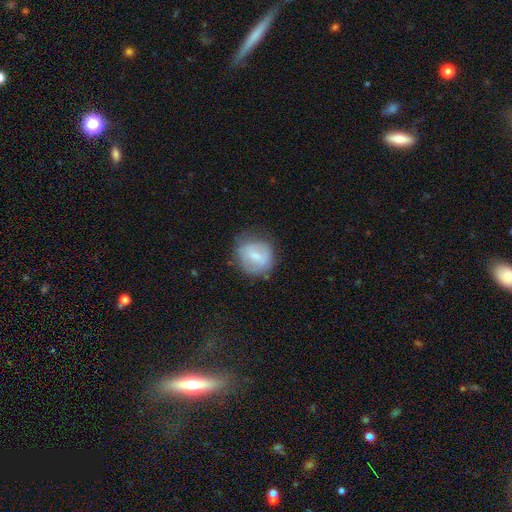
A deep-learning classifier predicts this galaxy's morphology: smooth-or-featured: smooth: 62% | featured or disk: 31% | star or artifact: 8%
  how-rounded: round: 74% | in between: 25% | cigar-shaped: 1%
  merging: none: 64% | minor disturbance: 24% | major disturbance: 10% | merger: 2%